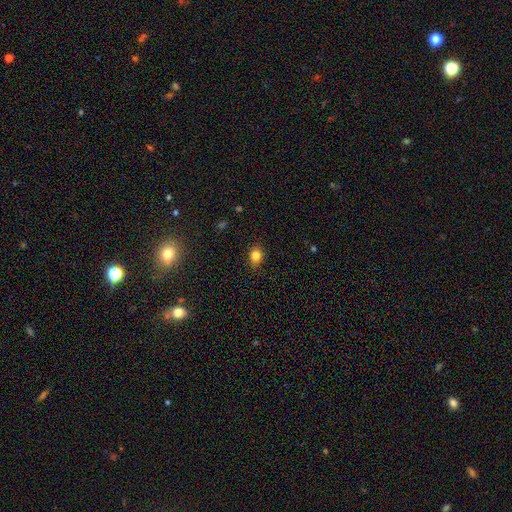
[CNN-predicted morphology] This is clearly a smooth galaxy (83%). How rounded: possibly in between (56%). Merging: clearly none (86%).